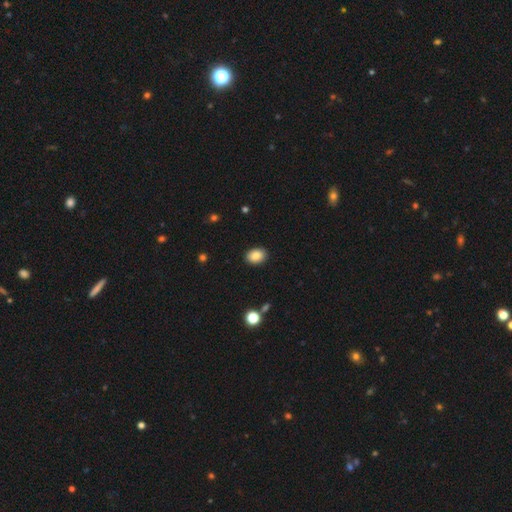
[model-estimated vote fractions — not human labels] Smooth or featured? smooth (87%)
How rounded? in between (71%)
Merging? none (89%)